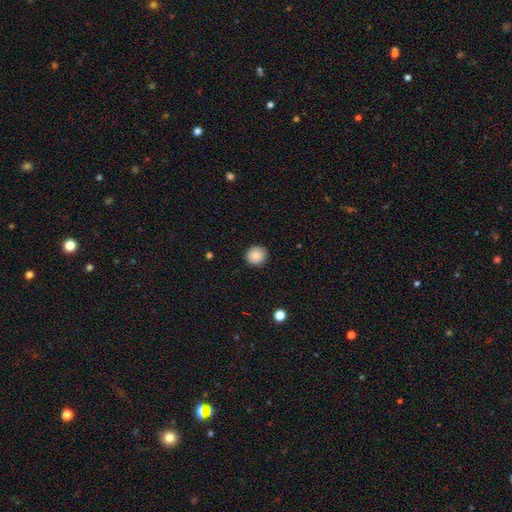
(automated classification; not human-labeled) This is clearly a smooth galaxy (84%). How rounded: clearly round (89%). Merging: clearly none (88%).